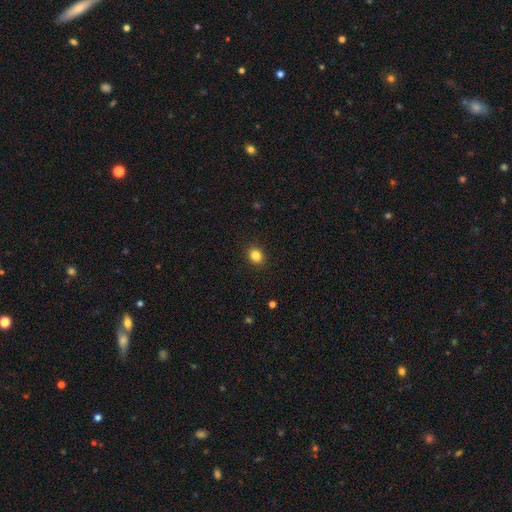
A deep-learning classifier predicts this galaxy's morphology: The model was most divided on "how rounded": round: 65%, in between: 34%, cigar-shaped: 1%. More confident: merging — none (90%); smooth or featured — smooth (84%).